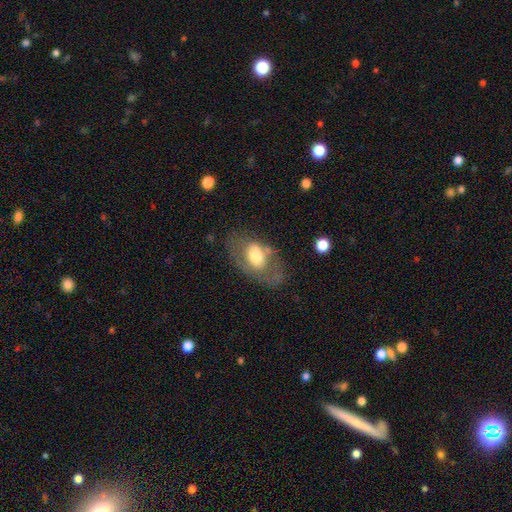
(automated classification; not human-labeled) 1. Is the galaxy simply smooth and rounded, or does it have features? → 52% smooth, 41% featured or disk, 7% star or artifact.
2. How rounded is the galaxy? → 85% in between, 13% round, 2% cigar-shaped.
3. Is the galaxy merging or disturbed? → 57% none, 22% minor disturbance, 18% major disturbance, 3% merger.